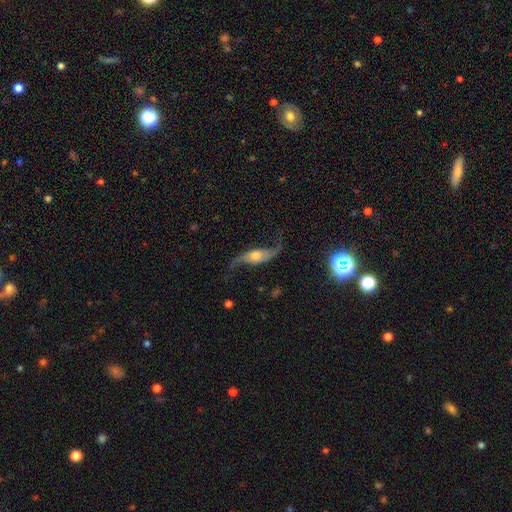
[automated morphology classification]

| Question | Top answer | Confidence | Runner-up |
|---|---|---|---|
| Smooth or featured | featured or disk | 83% | smooth (11%) |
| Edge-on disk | no | 85% | yes (15%) |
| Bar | no | 61% | weak (27%) |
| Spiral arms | yes | 95% | no (5%) |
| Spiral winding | loose | 92% | medium (6%) |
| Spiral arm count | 2 | 94% | 1 (2%) |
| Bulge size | moderate | 63% | small (20%) |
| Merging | none | 70% | minor disturbance (16%) |